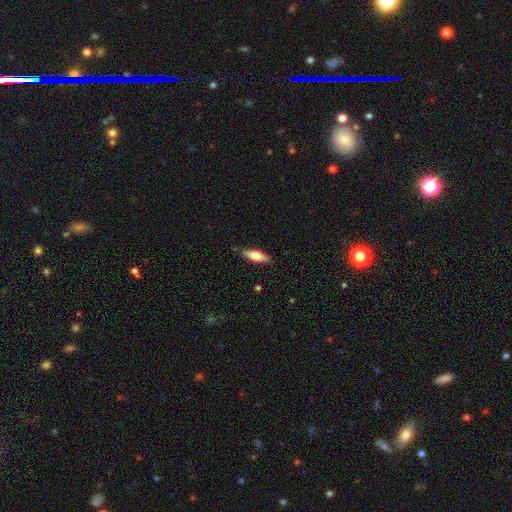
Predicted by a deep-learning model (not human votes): smooth 63%, featured or disk 30%, star or artifact 6%. Down the decision tree: how rounded — in between (51%); merging — none (85%).